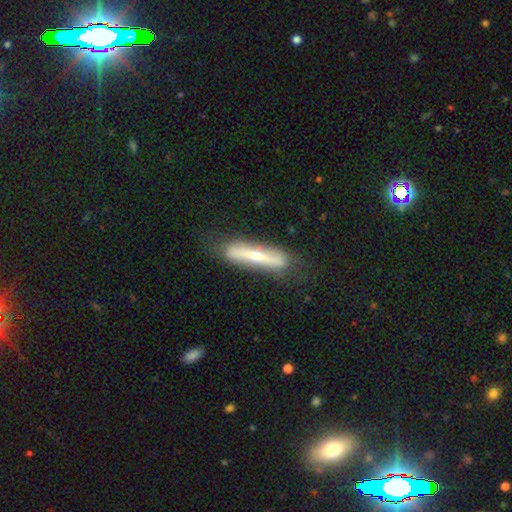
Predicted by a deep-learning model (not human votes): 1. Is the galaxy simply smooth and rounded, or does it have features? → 61% featured or disk, 33% smooth, 6% star or artifact.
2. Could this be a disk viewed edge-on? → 72% yes, 28% no.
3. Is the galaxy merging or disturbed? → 75% none, 18% minor disturbance, 5% major disturbance, 2% merger.